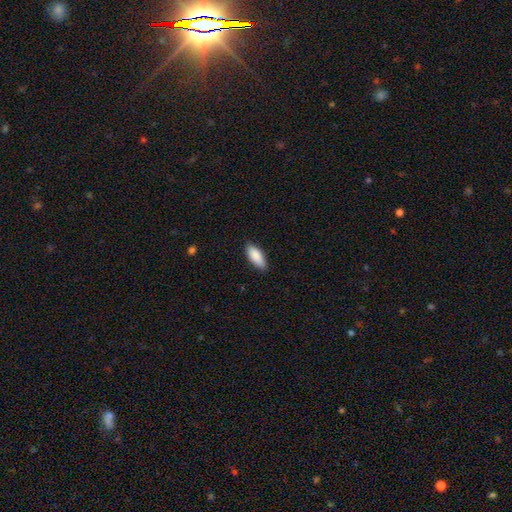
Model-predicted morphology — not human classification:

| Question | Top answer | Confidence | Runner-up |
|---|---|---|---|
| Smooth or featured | smooth | 89% | star or artifact (6%) |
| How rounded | in between | 85% | cigar-shaped (13%) |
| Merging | none | 84% | minor disturbance (13%) |